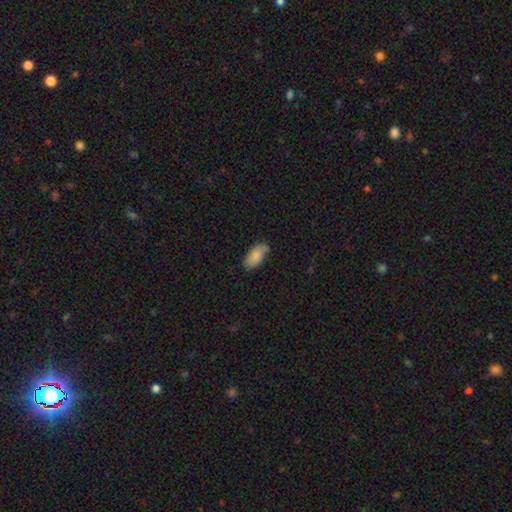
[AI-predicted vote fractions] Smooth or featured? Predicted: smooth (p=0.80). How rounded? Predicted: in between (p=0.93). Merging? Predicted: none (p=0.69).